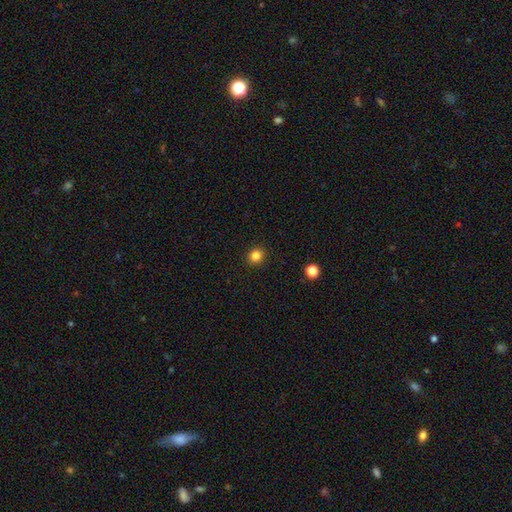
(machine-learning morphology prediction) smooth_or_featured: smooth (p=0.84) [alt: star or artifact p=0.12]
how_rounded: round (p=0.77) [alt: in between p=0.23]
merging: none (p=0.91) [alt: minor disturbance p=0.06]